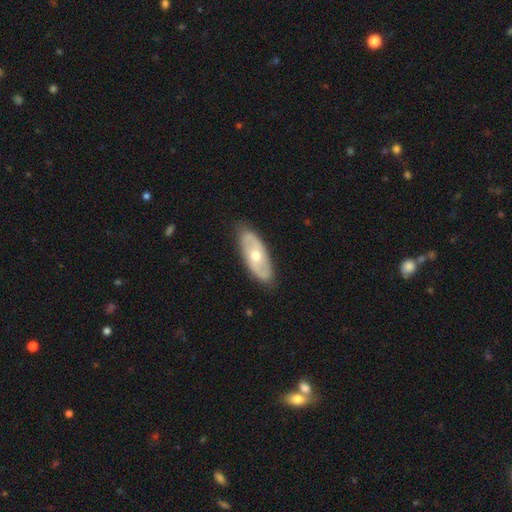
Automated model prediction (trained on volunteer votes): Morphology: type=featured or disk (60%); edge-on=no (84%); bar=no (75%); spiral arms=yes (52%); bulge=moderate (68%); merging=none (84%).